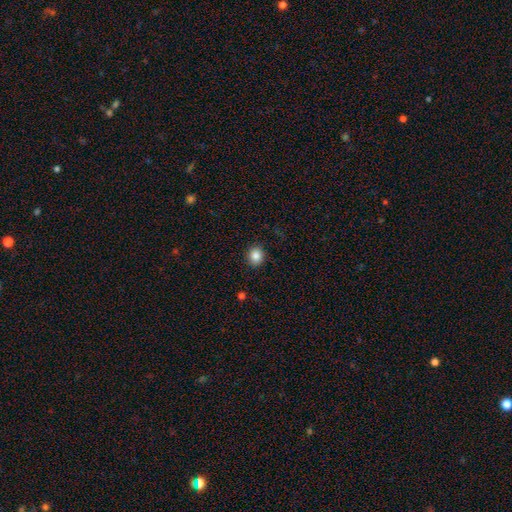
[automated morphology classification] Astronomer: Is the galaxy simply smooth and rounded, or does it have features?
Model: smooth — 85%.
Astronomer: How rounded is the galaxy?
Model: round — 68%.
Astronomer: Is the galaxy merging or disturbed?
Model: none — 89%.